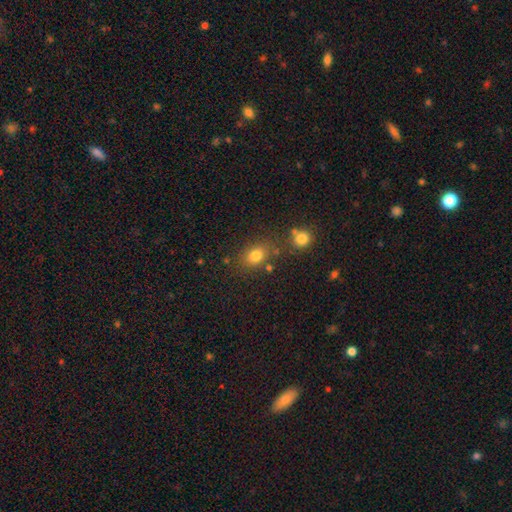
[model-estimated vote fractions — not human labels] A smooth galaxy with no disk features (78%) that is in between round and cigar-shaped (59%). Merging: none (72%).